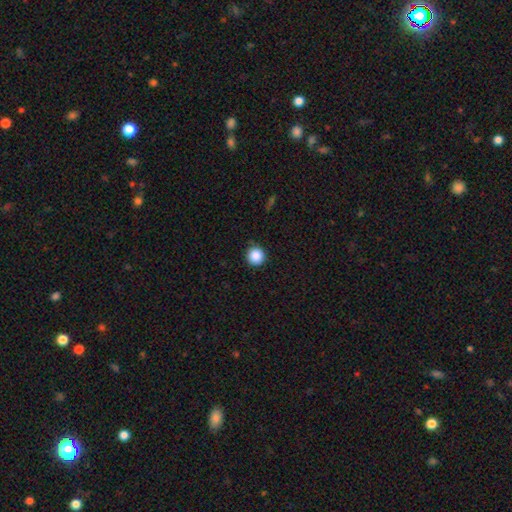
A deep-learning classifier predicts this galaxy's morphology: smooth 87%, star or artifact 10%, featured or disk 3%. Down the decision tree: how rounded — round (95%); merging — none (87%).